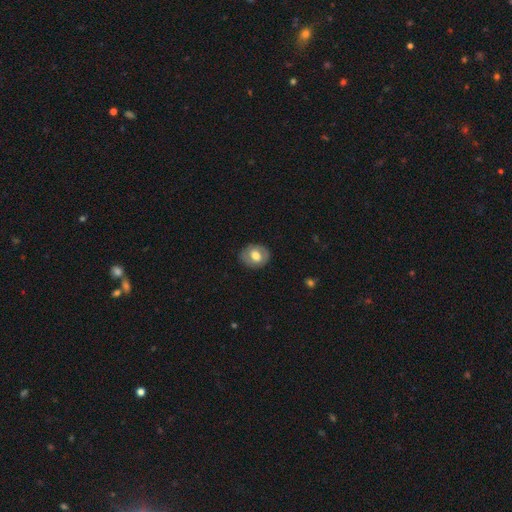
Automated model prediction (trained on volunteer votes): Morphology: type=smooth (60%); roundness=round (61%); merging=none (83%).